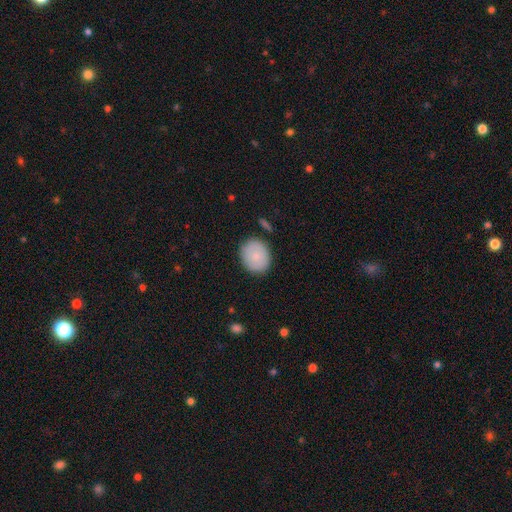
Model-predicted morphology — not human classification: Q: Smooth or featured?
A: smooth (83%); runner-up: featured or disk (10%)
Q: How rounded?
A: round (60%); runner-up: in between (39%)
Q: Merging?
A: none (85%); runner-up: minor disturbance (11%)